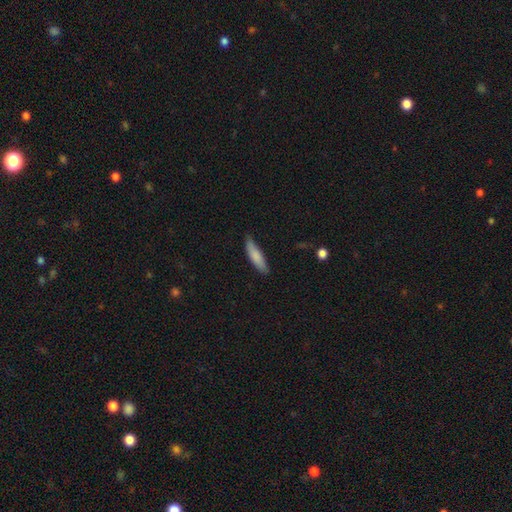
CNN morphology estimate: smooth_or_featured: smooth (p=0.81) [alt: featured or disk p=0.13]
how_rounded: cigar-shaped (p=0.71) [alt: in between p=0.27]
merging: none (p=0.80) [alt: minor disturbance p=0.16]